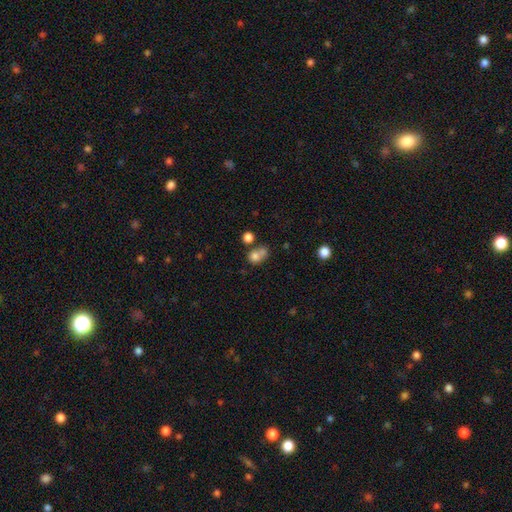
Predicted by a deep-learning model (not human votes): smooth 76%, featured or disk 13%, star or artifact 12%. Down the decision tree: how rounded — round (60%); merging — merger (44%).